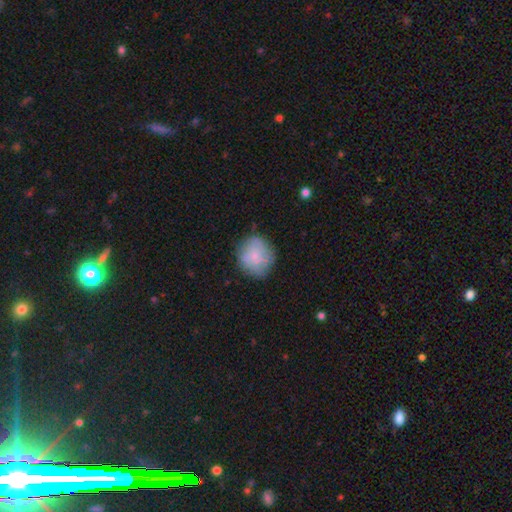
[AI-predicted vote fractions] A smooth galaxy with no disk features (67%) that is round (85%).

Vote fractions:
- Smooth or featured? smooth: 67% / featured or disk: 26% / star or artifact: 8%
- How rounded? round: 85% / in between: 14% / cigar-shaped: 1%
- Merging? none: 74% / minor disturbance: 19% / major disturbance: 5% / merger: 2%